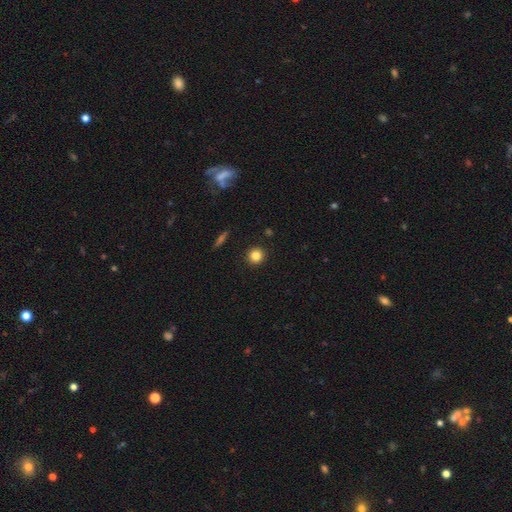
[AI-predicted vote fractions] A smooth galaxy with no disk features (83%) that is round (93%).

Vote fractions:
- Smooth or featured? smooth: 83% / star or artifact: 11% / featured or disk: 6%
- How rounded? round: 93% / in between: 6% / cigar-shaped: 1%
- Merging? none: 92% / minor disturbance: 5% / major disturbance: 2% / merger: 1%